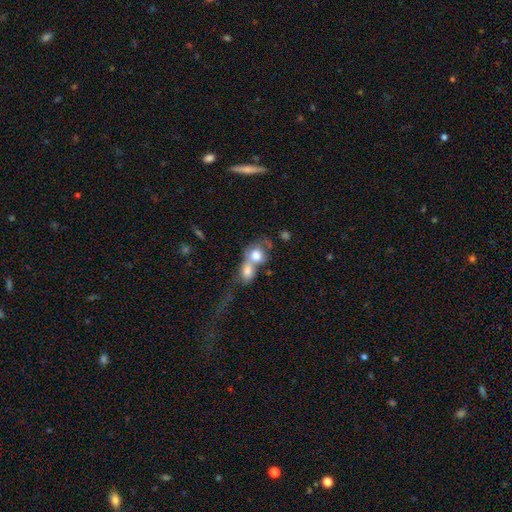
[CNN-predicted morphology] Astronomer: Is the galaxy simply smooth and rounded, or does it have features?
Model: smooth — 69%.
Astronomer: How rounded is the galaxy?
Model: round — 56% (runner-up: in between, 42%).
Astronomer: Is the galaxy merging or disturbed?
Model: merger — 73%.